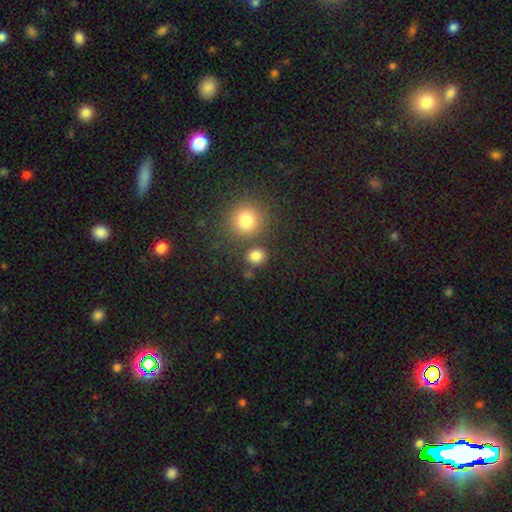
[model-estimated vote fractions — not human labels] Smooth or featured?
  - smooth: 81% *
  - star or artifact: 14%
  - featured or disk: 5%
How rounded?
  - round: 84% *
  - in between: 15%
  - cigar-shaped: 1%
Merging?
  - none: 77% *
  - merger: 11%
  - minor disturbance: 8%
  - major disturbance: 4%